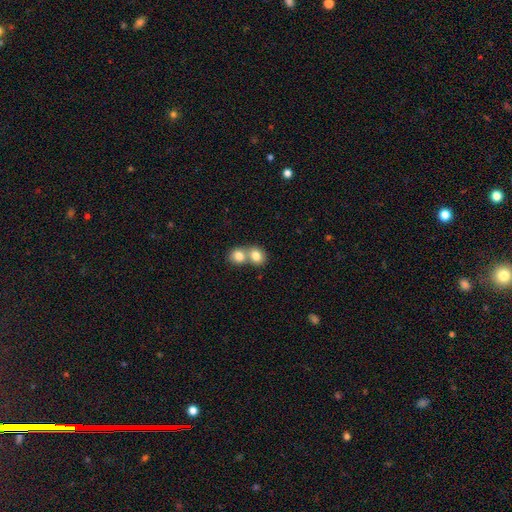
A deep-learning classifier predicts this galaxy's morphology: Q: Smooth or featured?
A: smooth (81%); runner-up: featured or disk (11%)
Q: How rounded?
A: round (69%); runner-up: in between (30%)
Q: Merging?
A: merger (67%); runner-up: none (27%)